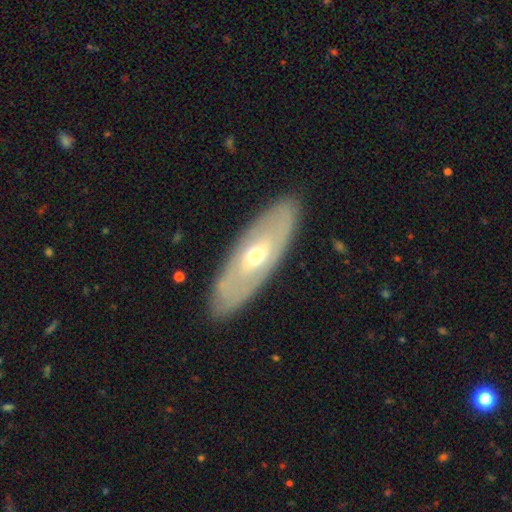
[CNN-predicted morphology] The model was most divided on "smooth or featured": featured or disk: 62%, smooth: 32%, star or artifact: 6%. More confident: merging — none (86%); edge-on disk — no (75%).